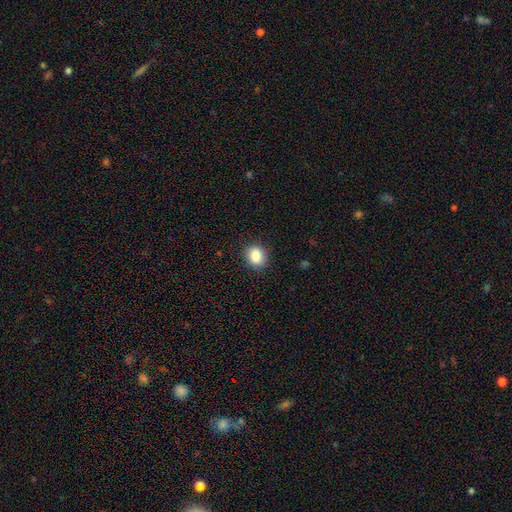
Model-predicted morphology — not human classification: A smooth galaxy with no disk features (86%) that is round (62%). Merging: none (88%).